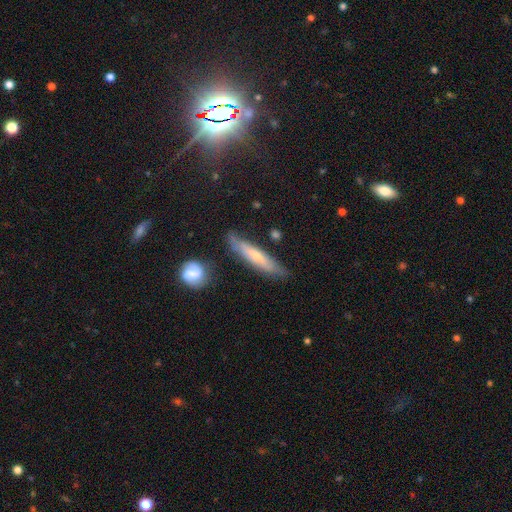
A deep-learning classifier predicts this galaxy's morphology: smooth-or-featured: smooth: 47% | featured or disk: 46% | star or artifact: 7%
  merging: none: 74% | minor disturbance: 19% | major disturbance: 4% | merger: 3%